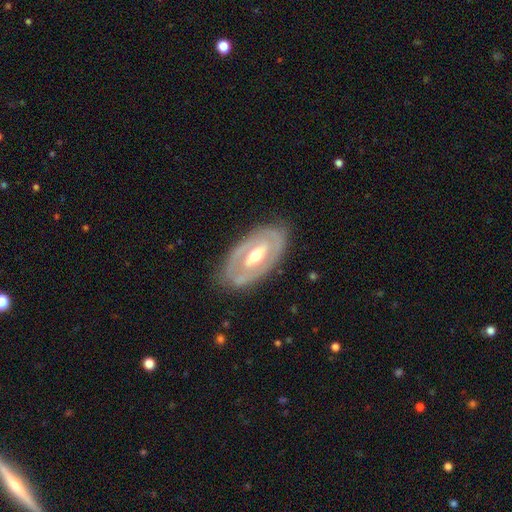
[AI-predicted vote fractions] Smooth or featured? Predicted: featured or disk (p=0.75). Edge-on disk? Predicted: no (p=0.91). Bar? Predicted: no (p=0.37). Spiral arms? Predicted: no (p=0.55). Bulge size? Predicted: moderate (p=0.69). Merging? Predicted: none (p=0.80).